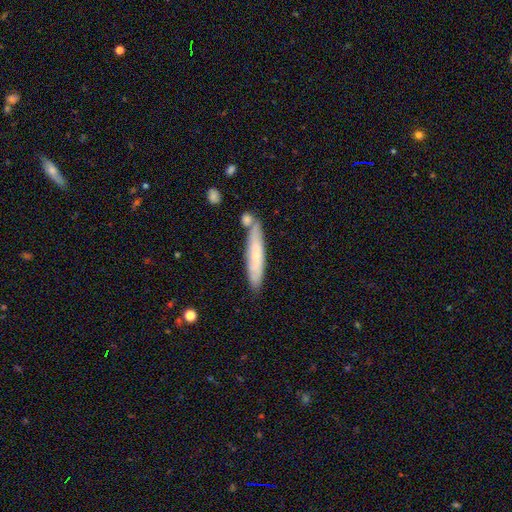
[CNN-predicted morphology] Smooth or featured?
  - smooth: 59% *
  - featured or disk: 35%
  - star or artifact: 6%
How rounded?
  - cigar-shaped: 88% *
  - in between: 11%
  - round: 1%
Merging?
  - none: 72% *
  - minor disturbance: 15%
  - merger: 10%
  - major disturbance: 3%